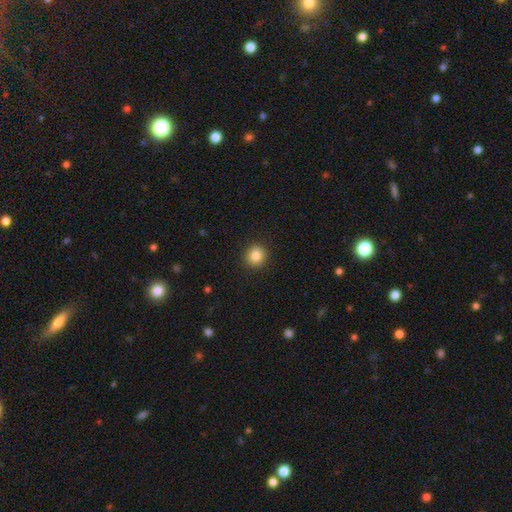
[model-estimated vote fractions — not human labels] Smooth or featured: smooth — 85% (star or artifact — 10%)
How rounded: round — 91% (in between — 8%)
Merging: none — 91% (minor disturbance — 6%)